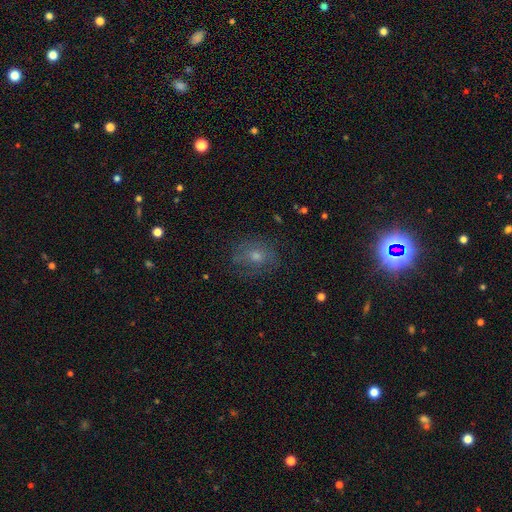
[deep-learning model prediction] smooth_or_featured: smooth (p=0.51) [alt: featured or disk p=0.33]
how_rounded: round (p=0.52) [alt: in between p=0.47]
merging: none (p=0.69) [alt: minor disturbance p=0.19]